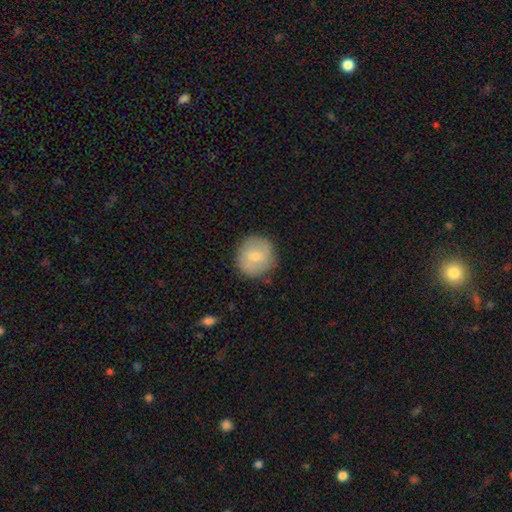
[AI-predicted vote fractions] smooth-or-featured: smooth: 68% | featured or disk: 24% | star or artifact: 8%
  how-rounded: round: 91% | in between: 8% | cigar-shaped: 1%
  merging: none: 86% | minor disturbance: 10% | major disturbance: 2% | merger: 1%